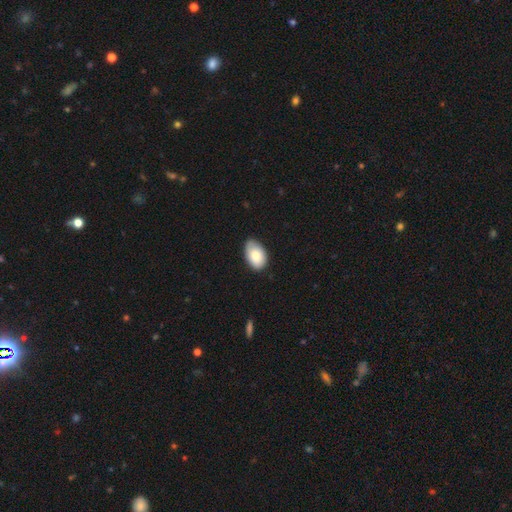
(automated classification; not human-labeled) Overall: smooth (81%). How rounded: in between (91%). Merging: none (72%).